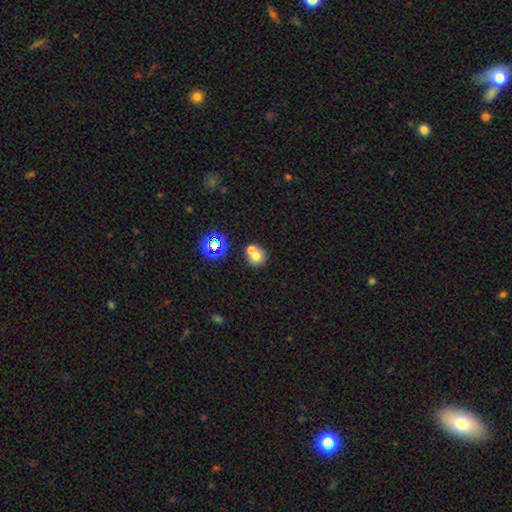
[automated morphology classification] Overall: smooth (66%). How rounded: round (84%). Merging: merger (46%; none 44%).